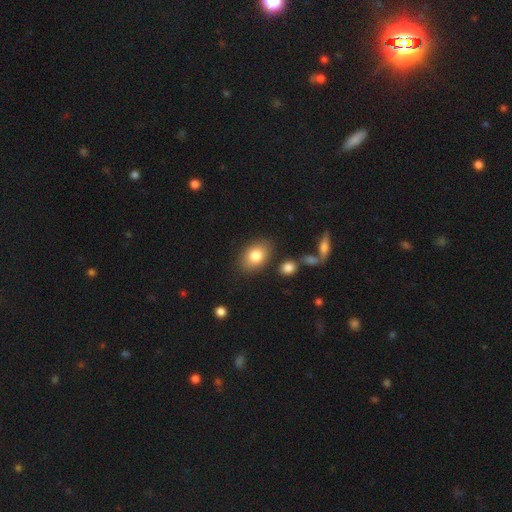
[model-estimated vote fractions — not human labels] Smooth or featured? Predicted: smooth (p=0.81). How rounded? Predicted: in between (p=0.82). Merging? Predicted: none (p=0.82).